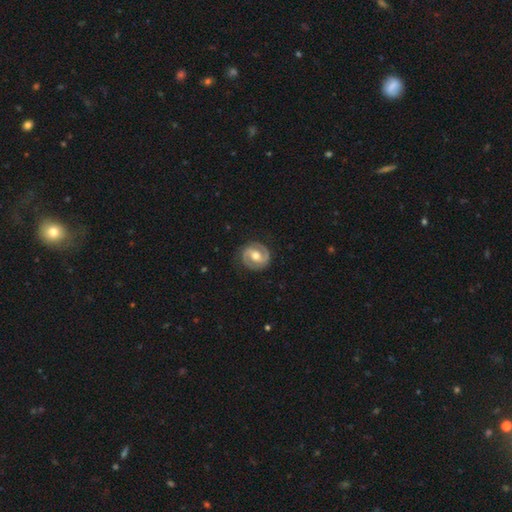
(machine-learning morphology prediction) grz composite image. It shows a featured or disk galaxy (81%) with a weak bar (46%), 2 (92%) medium (44%) spiral arms (91%) and a moderate central bulge (76%). Merging: none (87%).